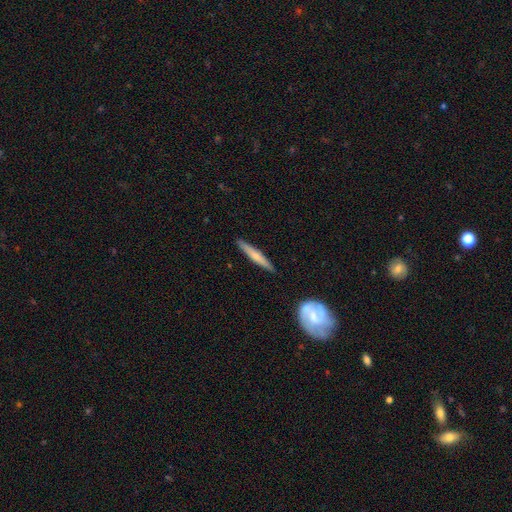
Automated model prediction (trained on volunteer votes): Smooth or featured?
  - smooth: 55% *
  - featured or disk: 39%
  - star or artifact: 6%
How rounded?
  - cigar-shaped: 94% *
  - in between: 5%
  - round: 1%
Merging?
  - none: 89% *
  - minor disturbance: 8%
  - major disturbance: 2%
  - merger: 1%